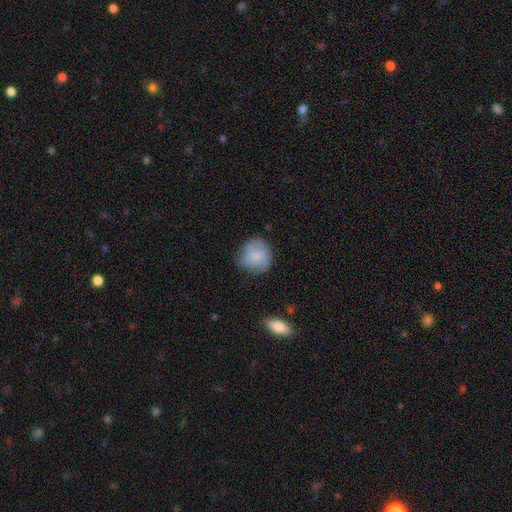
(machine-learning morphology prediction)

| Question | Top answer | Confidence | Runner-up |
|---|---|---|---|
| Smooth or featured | smooth | 74% | featured or disk (18%) |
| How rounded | round | 89% | in between (10%) |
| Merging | none | 70% | minor disturbance (22%) |